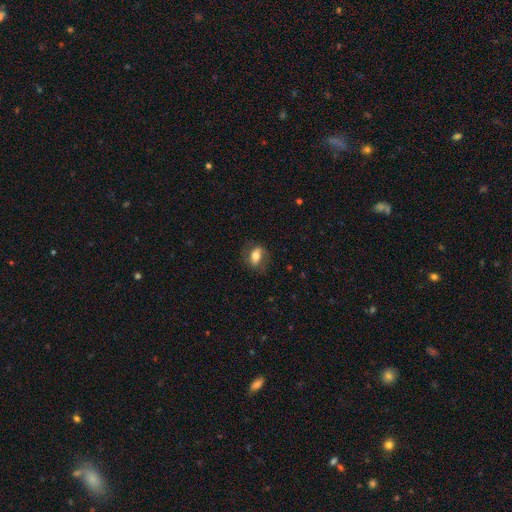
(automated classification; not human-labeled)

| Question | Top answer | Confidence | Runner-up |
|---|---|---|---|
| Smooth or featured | smooth | 61% | featured or disk (31%) |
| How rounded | in between | 80% | round (14%) |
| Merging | none | 73% | minor disturbance (18%) |